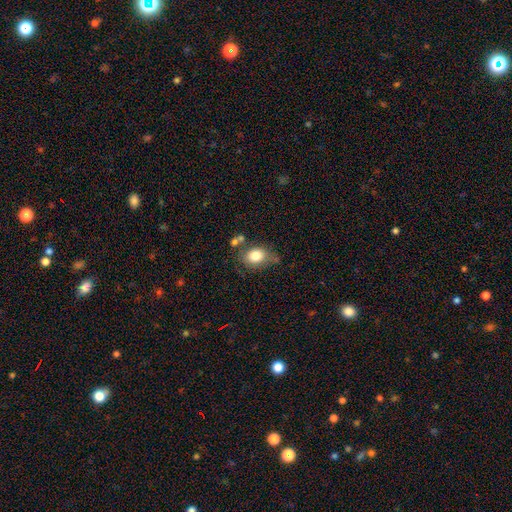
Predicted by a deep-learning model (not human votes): Smooth or featured? smooth (79%)
How rounded? in between (63%)
Merging? none (57%)